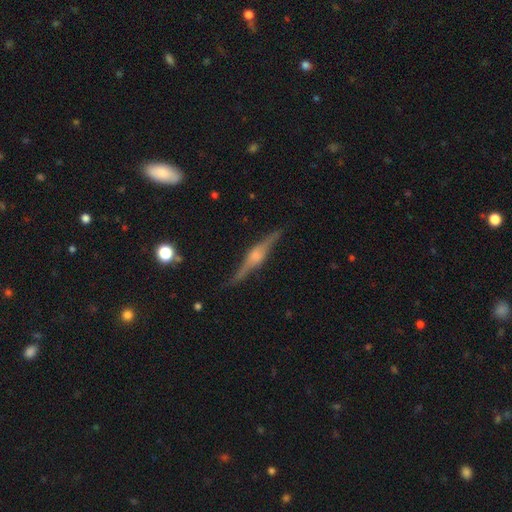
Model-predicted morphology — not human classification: Q: Smooth or featured?
A: featured or disk (85%); runner-up: smooth (9%)
Q: Edge-on disk?
A: yes (98%); runner-up: no (2%)
Q: Edge-on bulge?
A: rounded (82%); runner-up: boxy (14%)
Q: Merging?
A: none (87%); runner-up: minor disturbance (9%)